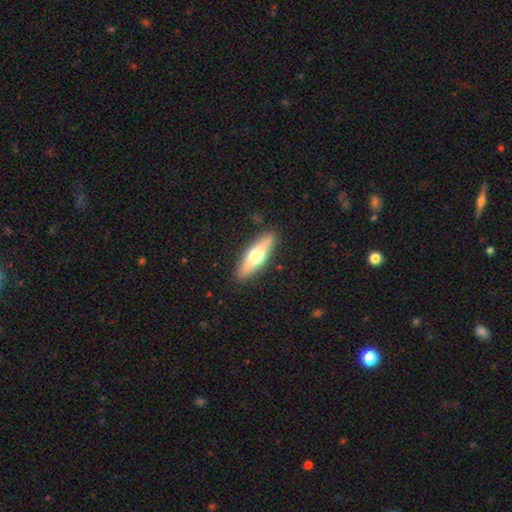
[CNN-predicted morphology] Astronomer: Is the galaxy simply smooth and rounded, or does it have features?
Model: smooth — 54% (runner-up: featured or disk, 40%).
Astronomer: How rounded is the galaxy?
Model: cigar-shaped — 54% (runner-up: in between, 43%).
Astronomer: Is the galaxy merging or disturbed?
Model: none — 87%.